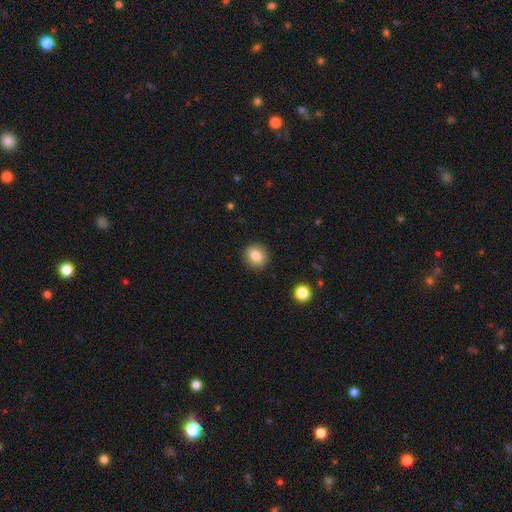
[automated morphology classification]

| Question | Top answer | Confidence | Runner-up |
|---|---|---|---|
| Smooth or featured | smooth | 85% | star or artifact (9%) |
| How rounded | round | 64% | in between (35%) |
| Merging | none | 88% | minor disturbance (8%) |